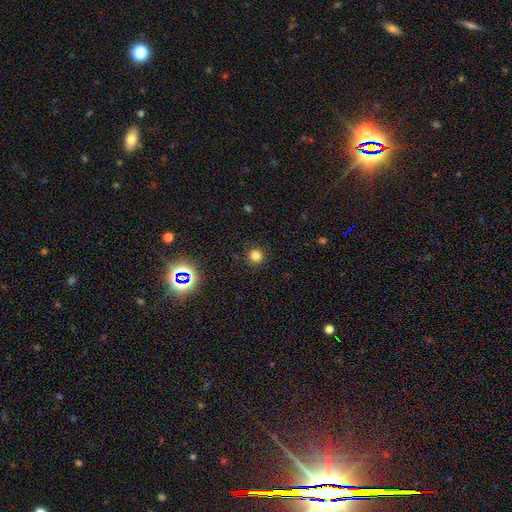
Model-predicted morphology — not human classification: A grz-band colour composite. It shows a smooth galaxy with no disk features (78%) that is round (94%). Merging: none (90%).